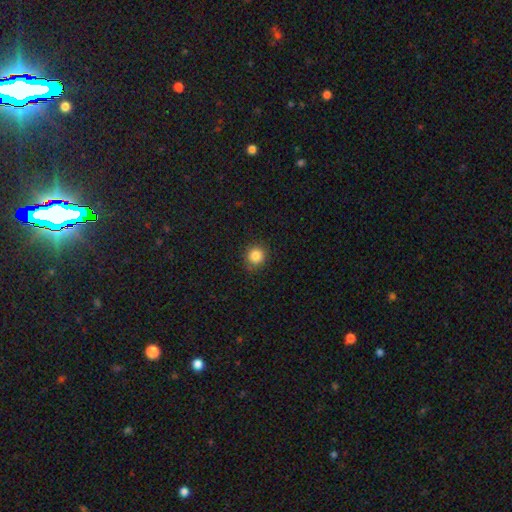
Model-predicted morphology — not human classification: smooth-or-featured: smooth: 85% | star or artifact: 11% | featured or disk: 4%
  how-rounded: round: 91% | in between: 8% | cigar-shaped: 1%
  merging: none: 89% | minor disturbance: 8% | major disturbance: 2% | merger: 1%